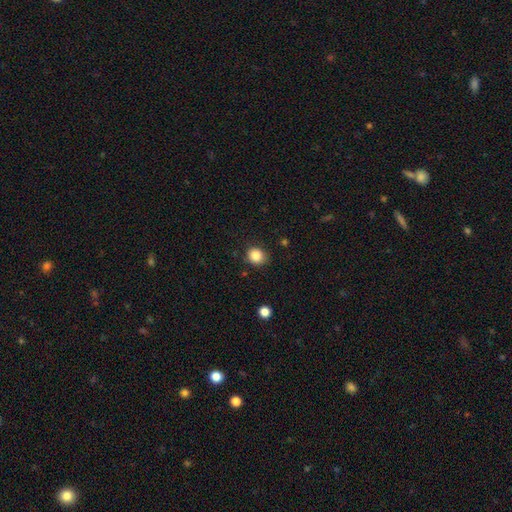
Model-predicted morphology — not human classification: smooth-or-featured: smooth: 86% | star or artifact: 10% | featured or disk: 4%
  how-rounded: round: 75% | in between: 24% | cigar-shaped: 1%
  merging: none: 82% | minor disturbance: 13% | major disturbance: 3% | merger: 2%